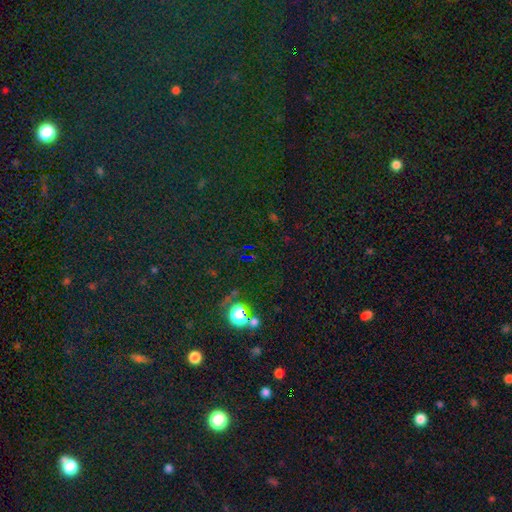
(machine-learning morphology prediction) smooth_or_featured: star or artifact (p=0.77) [alt: smooth p=0.15]